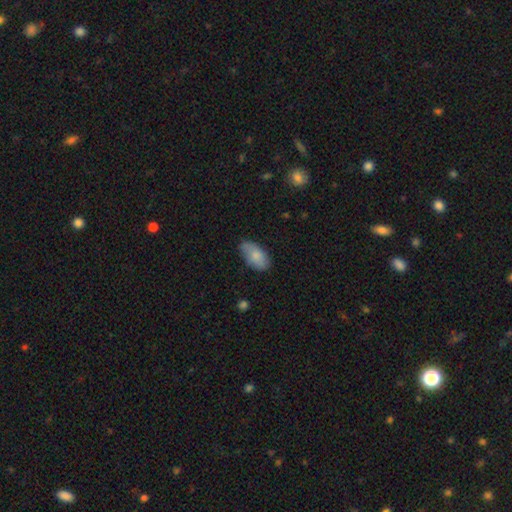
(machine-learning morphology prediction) This appears to be a smooth galaxy with no disk features (78%) that is in between round and cigar-shaped (94%). Merging: none (72%).